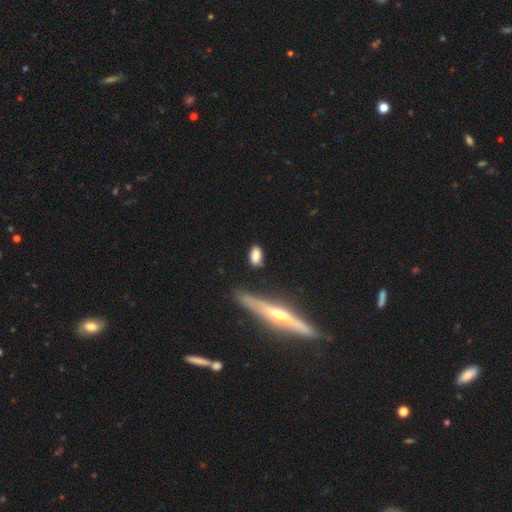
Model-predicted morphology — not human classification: This is clearly a smooth galaxy (82%). How rounded: clearly in between (84%). Merging: likely none (72%).